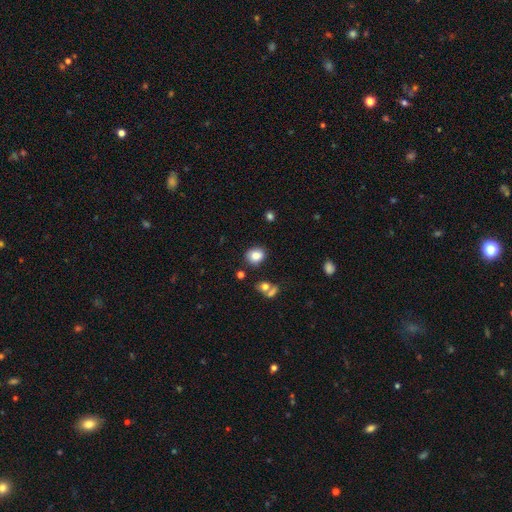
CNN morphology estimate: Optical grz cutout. It shows a smooth galaxy with no disk features (82%) that is round (69%). Merging: none (81%).